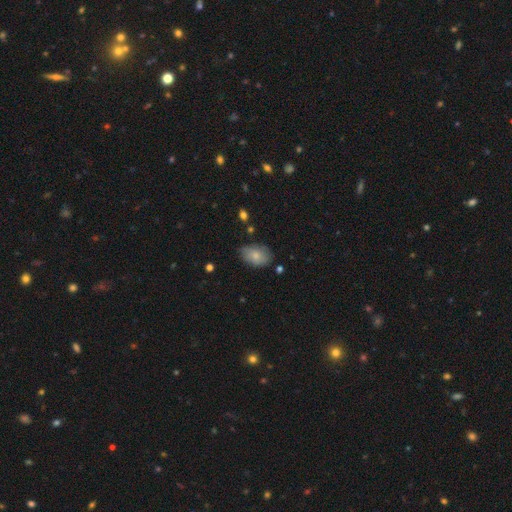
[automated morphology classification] A smooth galaxy with no disk features (79%) that is in between round and cigar-shaped (86%). Merging: none (68%).